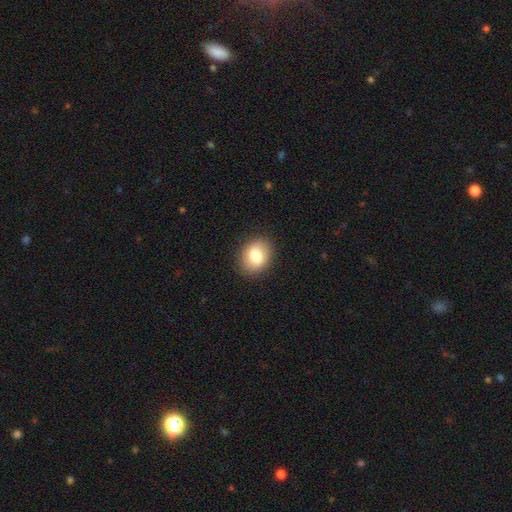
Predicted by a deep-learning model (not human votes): smooth 81%, featured or disk 11%, star or artifact 8%. Down the decision tree: how rounded — in between (54%); merging — none (88%).